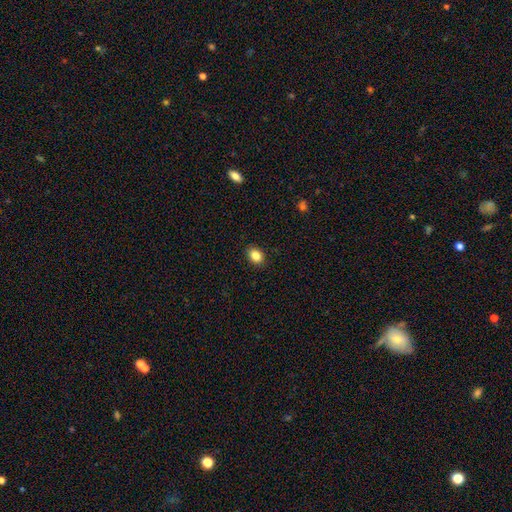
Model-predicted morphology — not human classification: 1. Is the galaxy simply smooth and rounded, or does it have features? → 85% smooth, 10% star or artifact, 5% featured or disk.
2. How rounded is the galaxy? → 63% in between, 36% round, 1% cigar-shaped.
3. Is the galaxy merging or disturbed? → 90% none, 7% minor disturbance, 2% major disturbance, 1% merger.